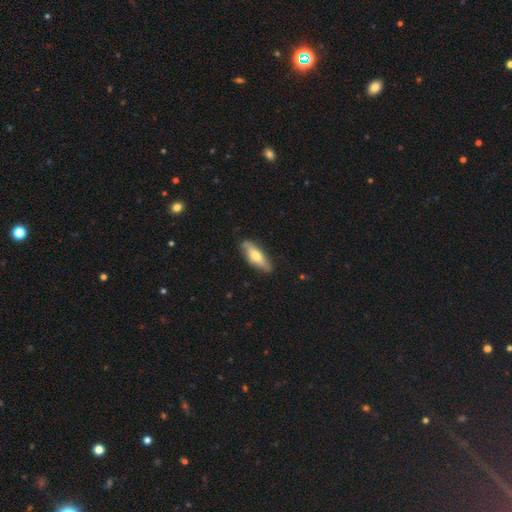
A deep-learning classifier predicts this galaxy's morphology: Smooth or featured? smooth (63%)
How rounded? in between (60%)
Merging? none (78%)